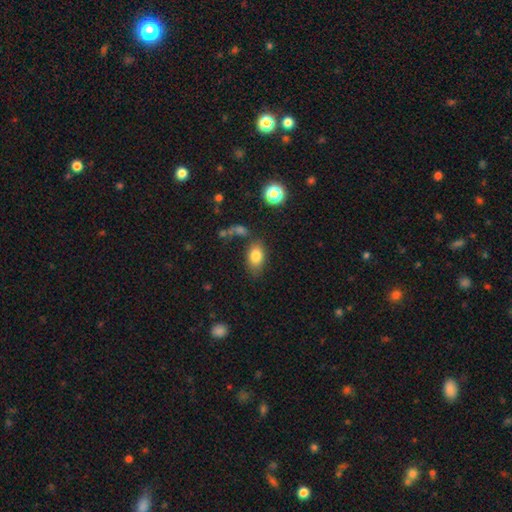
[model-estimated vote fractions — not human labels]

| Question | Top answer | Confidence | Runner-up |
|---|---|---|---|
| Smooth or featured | smooth | 81% | featured or disk (9%) |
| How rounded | in between | 86% | round (12%) |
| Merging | none | 70% | minor disturbance (17%) |